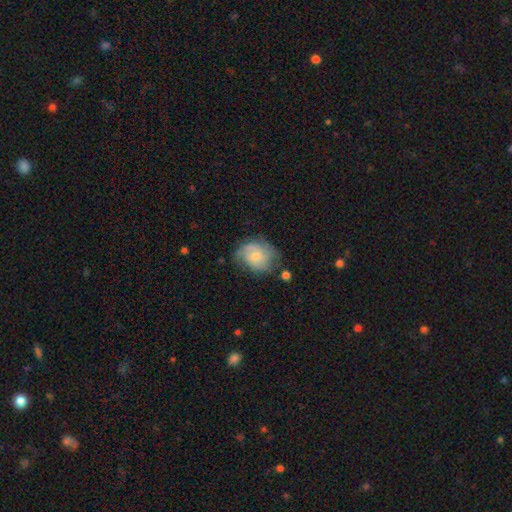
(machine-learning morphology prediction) A featured or disk galaxy (54%) with no bar (64%), spiral arms (82%) and a small central bulge (50%).

Vote fractions:
- Smooth or featured? featured or disk: 54% / smooth: 39% / star or artifact: 7%
- Edge-on disk? no: 97% / yes: 3%
- Bar? no: 64% / weak: 32% / strong: 4%
- Spiral arms? yes: 82% / no: 18%
- Bulge size? small: 50% / moderate: 39% / none: 6% / large: 3% / dominant: 1%
- Merging? none: 54% / minor disturbance: 28% / major disturbance: 14% / merger: 4%